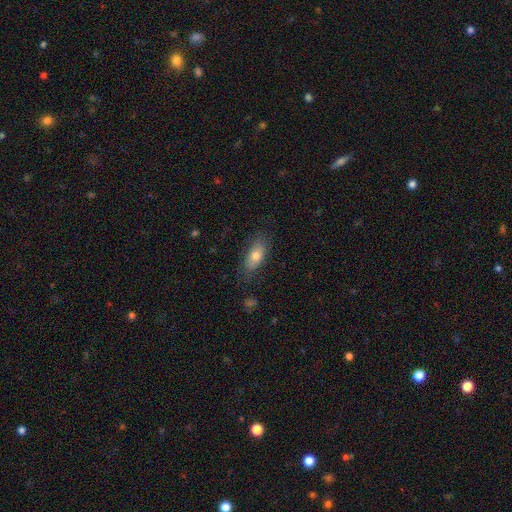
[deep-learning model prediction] The model was most divided on "smooth or featured": smooth: 72%, featured or disk: 21%, star or artifact: 7%. More confident: how rounded — in between (82%); merging — none (75%).